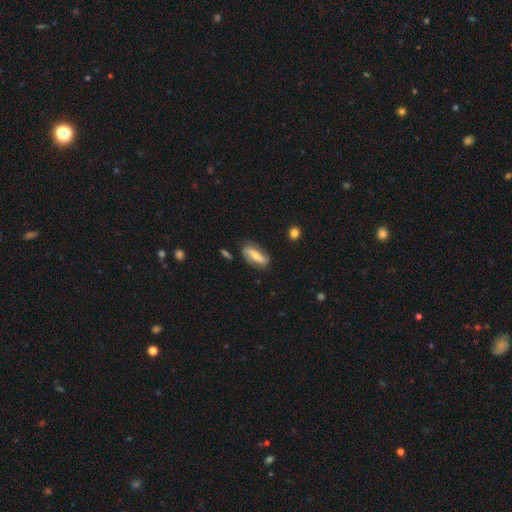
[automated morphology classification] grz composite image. It shows a featured or disk galaxy (53%). Merging: none (76%).